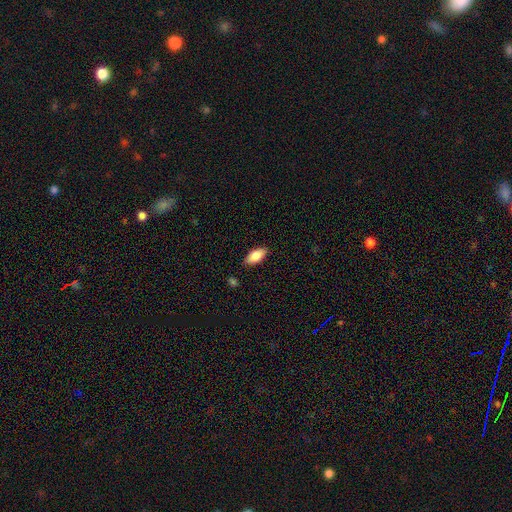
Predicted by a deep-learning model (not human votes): Smooth or featured? Predicted: smooth (p=0.84). How rounded? Predicted: in between (p=0.88). Merging? Predicted: none (p=0.86).